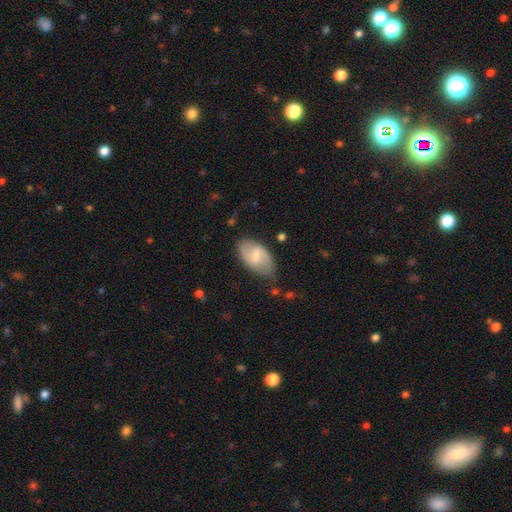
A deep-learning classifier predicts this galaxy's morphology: Smooth or featured: smooth — 48% (featured or disk — 47%)
Merging: none — 76% (minor disturbance — 18%)